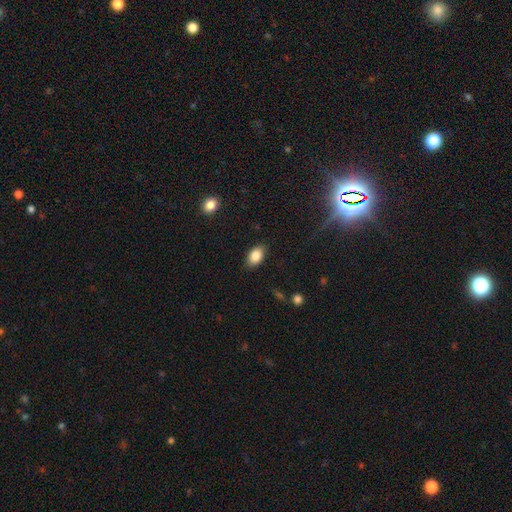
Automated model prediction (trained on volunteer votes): smooth 86%, star or artifact 8%, featured or disk 6%. Down the decision tree: how rounded — in between (90%); merging — none (85%).